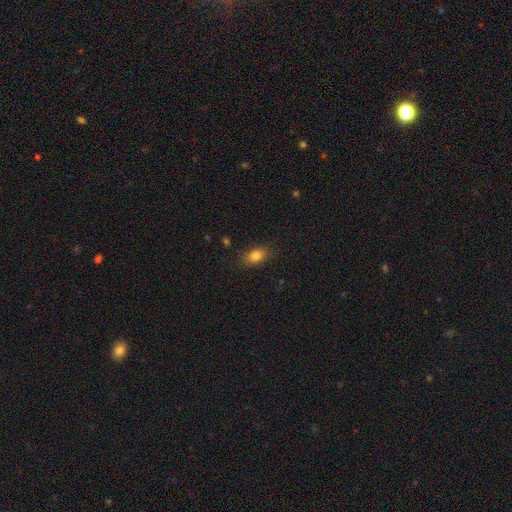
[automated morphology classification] Smooth or featured?
  - smooth: 82% *
  - star or artifact: 10%
  - featured or disk: 8%
How rounded?
  - in between: 81% *
  - round: 15%
  - cigar-shaped: 4%
Merging?
  - none: 83% *
  - minor disturbance: 13%
  - major disturbance: 3%
  - merger: 1%